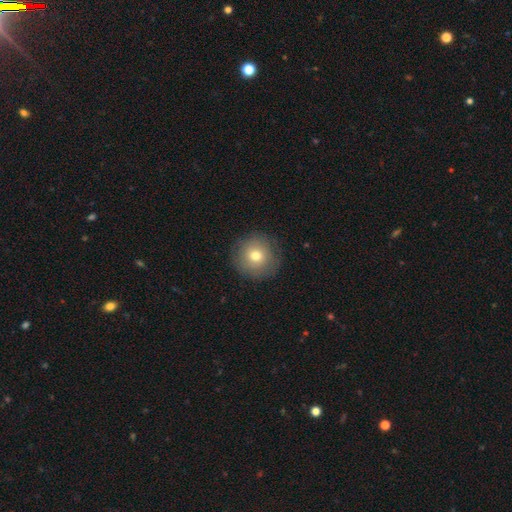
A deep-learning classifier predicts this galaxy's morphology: Smooth or featured: smooth — 74% (featured or disk — 15%)
How rounded: round — 94% (in between — 5%)
Merging: none — 87% (minor disturbance — 9%)